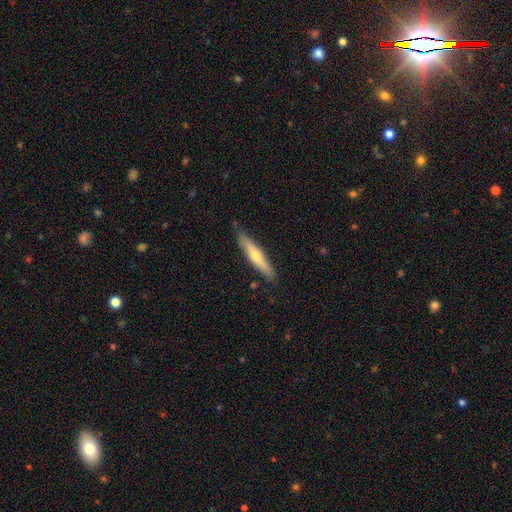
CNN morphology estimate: This appears to be a smooth galaxy with no disk features (48%). Merging: none (84%).